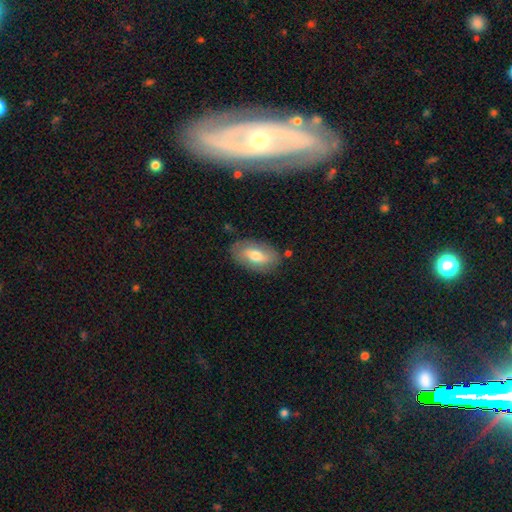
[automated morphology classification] A smooth galaxy with no disk features (57%) that is in between round and cigar-shaped (91%). Merging: none (80%).